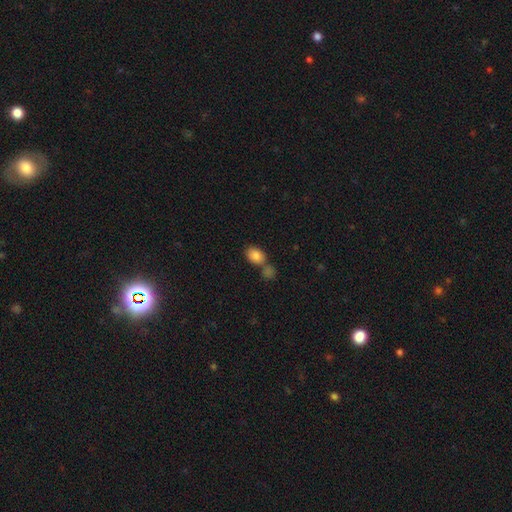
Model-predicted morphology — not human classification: smooth 85%, star or artifact 8%, featured or disk 6%. Down the decision tree: how rounded — in between (79%); merging — none (47%).